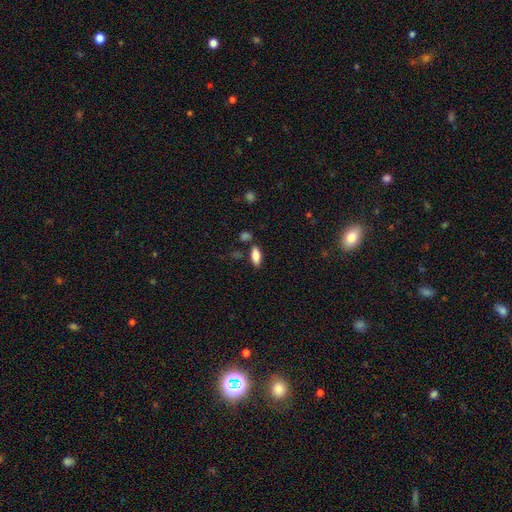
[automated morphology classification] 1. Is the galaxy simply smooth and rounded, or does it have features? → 84% smooth, 9% featured or disk, 7% star or artifact.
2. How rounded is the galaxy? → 84% in between, 14% cigar-shaped, 2% round.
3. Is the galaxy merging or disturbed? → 77% none, 13% minor disturbance, 6% merger, 3% major disturbance.